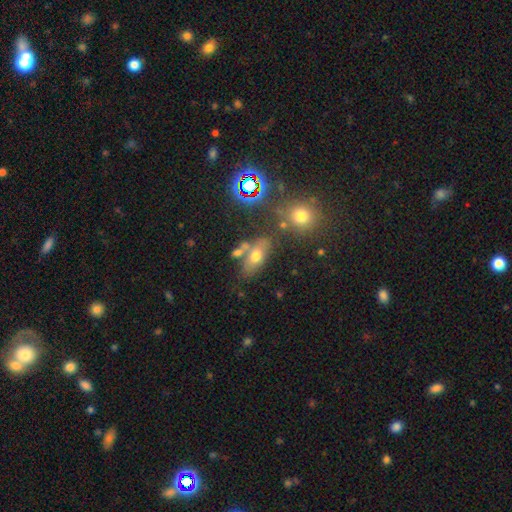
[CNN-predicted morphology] Overall: smooth (62%). How rounded: in between (78%). Merging: none (57%; merger 21%).